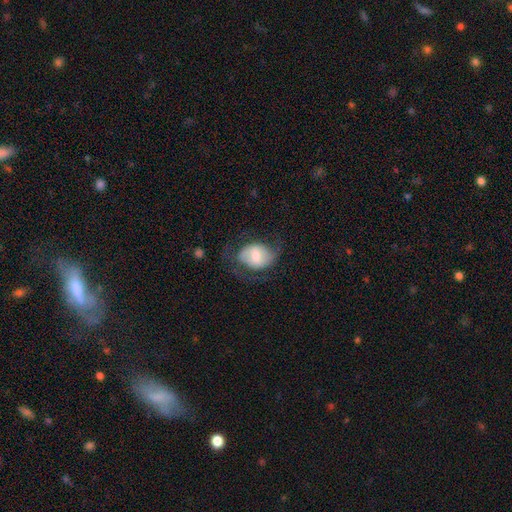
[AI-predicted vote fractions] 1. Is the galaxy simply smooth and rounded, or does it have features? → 48% smooth, 45% featured or disk, 7% star or artifact.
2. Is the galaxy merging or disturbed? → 57% none, 21% minor disturbance, 20% major disturbance, 1% merger.